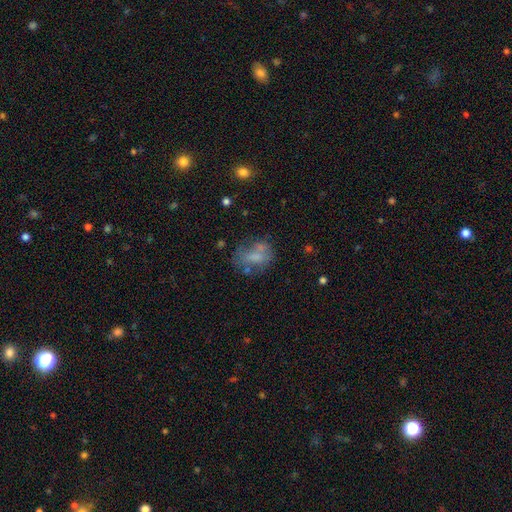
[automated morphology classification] smooth_or_featured: smooth (p=0.56) [alt: featured or disk p=0.32]
how_rounded: in between (p=0.69) [alt: round p=0.29]
merging: none (p=0.41) [alt: minor disturbance p=0.23]